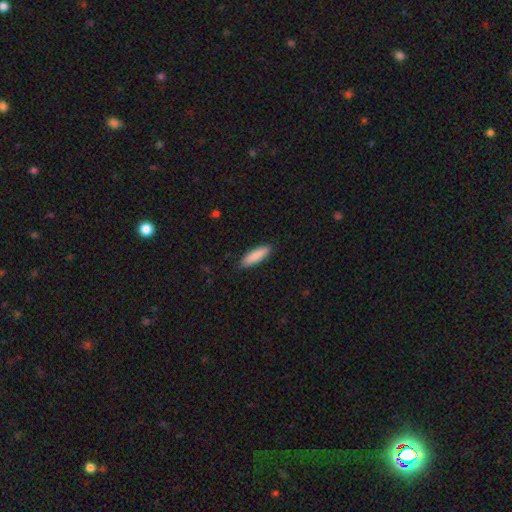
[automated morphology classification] Smooth or featured? Predicted: smooth (p=0.88). How rounded? Predicted: cigar-shaped (p=0.57). Merging? Predicted: none (p=0.88).